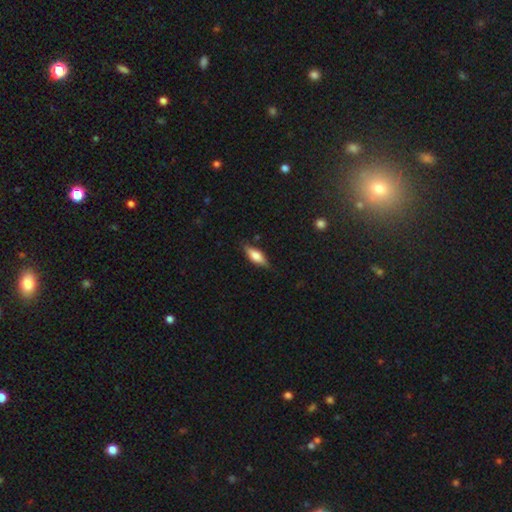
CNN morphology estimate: smooth 57%, featured or disk 36%, star or artifact 7%. Down the decision tree: how rounded — in between (60%); merging — none (80%).